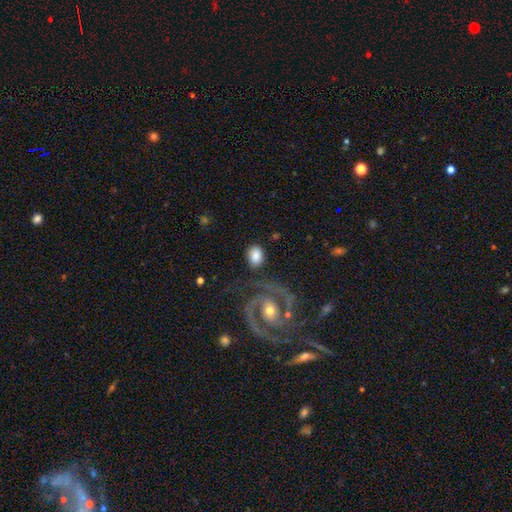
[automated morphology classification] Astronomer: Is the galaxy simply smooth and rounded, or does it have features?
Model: smooth — 75%.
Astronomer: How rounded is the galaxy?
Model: in between — 69%.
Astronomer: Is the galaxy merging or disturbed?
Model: none — 72%.